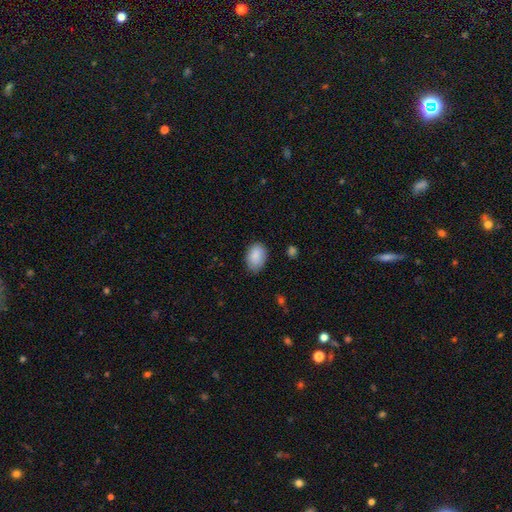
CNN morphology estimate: Smooth or featured? Predicted: smooth (p=0.89). How rounded? Predicted: in between (p=0.86). Merging? Predicted: none (p=0.78).